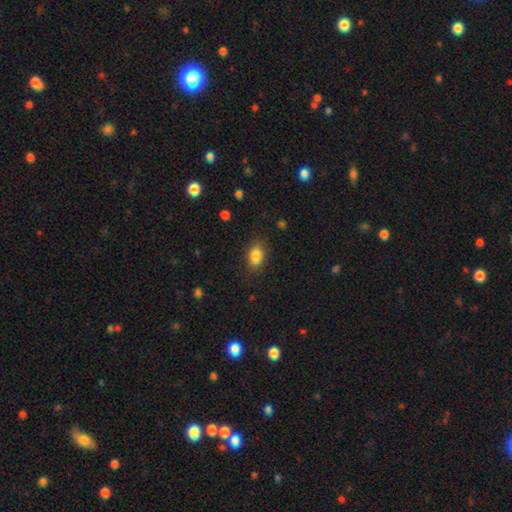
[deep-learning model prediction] smooth 85%, star or artifact 9%, featured or disk 6%. Down the decision tree: how rounded — in between (82%); merging — none (84%).